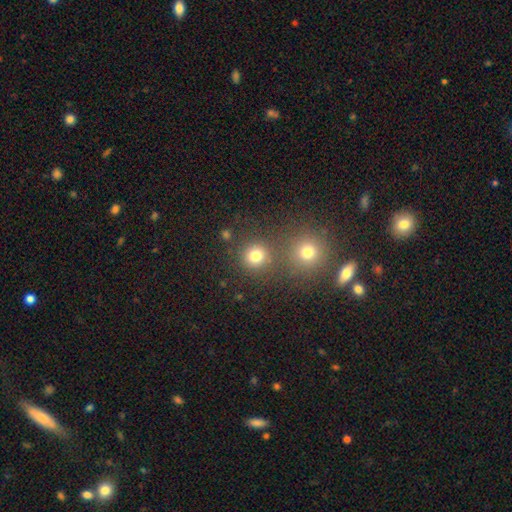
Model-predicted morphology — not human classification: The model was most divided on "merging": none: 73%, merger: 17%, minor disturbance: 6%, major disturbance: 3%. More confident: how rounded — round (90%); smooth or featured — smooth (78%).